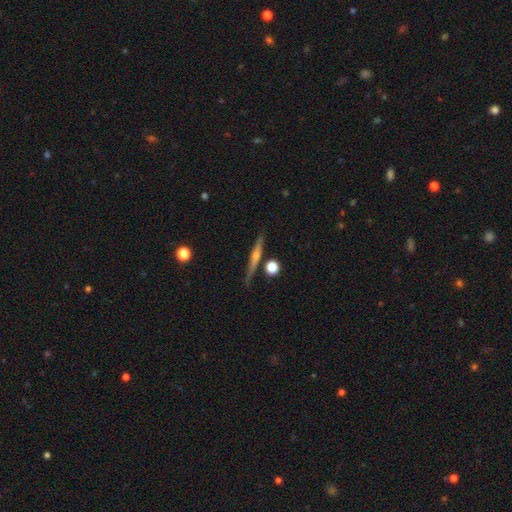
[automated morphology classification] smooth-or-featured: featured or disk: 72% | smooth: 20% | star or artifact: 8%
  disk-edge-on: yes: 97% | no: 3%
    edge-on-bulge: rounded: 79% | none: 15% | boxy: 6%
  merging: none: 85% | minor disturbance: 9% | merger: 4% | major disturbance: 2%